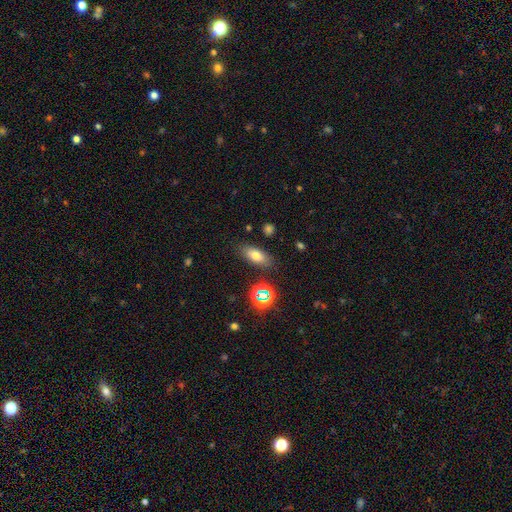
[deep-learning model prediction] Q: Smooth or featured?
A: smooth (72%); runner-up: featured or disk (14%)
Q: How rounded?
A: in between (78%); runner-up: cigar-shaped (15%)
Q: Merging?
A: none (83%); runner-up: minor disturbance (11%)